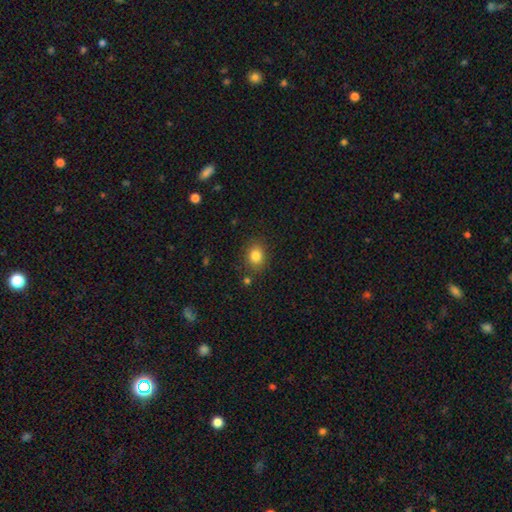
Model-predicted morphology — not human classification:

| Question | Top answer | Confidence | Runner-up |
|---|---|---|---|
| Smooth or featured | smooth | 83% | star or artifact (11%) |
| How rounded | round | 59% | in between (40%) |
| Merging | none | 83% | minor disturbance (10%) |